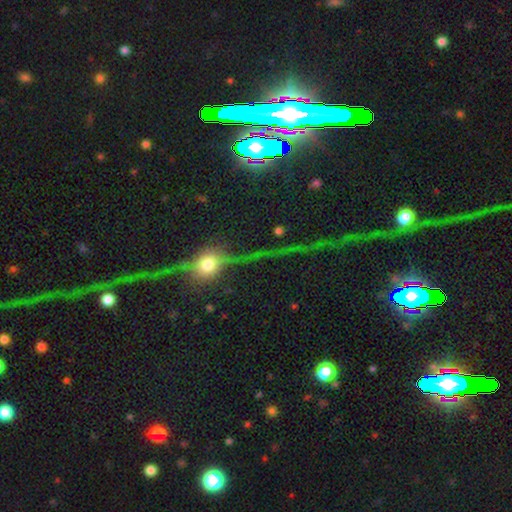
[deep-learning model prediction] This is marginally a featured or disk galaxy (44%, tied with star or artifact). Merging: likely none (69%).